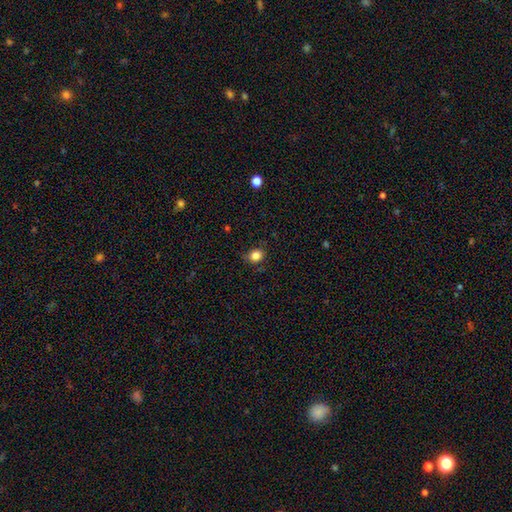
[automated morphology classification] A smooth galaxy with no disk features (84%) that is round (72%).

Vote fractions:
- Smooth or featured? smooth: 84% / star or artifact: 11% / featured or disk: 5%
- How rounded? round: 72% / in between: 27% / cigar-shaped: 1%
- Merging? none: 77% / minor disturbance: 17% / major disturbance: 4% / merger: 1%